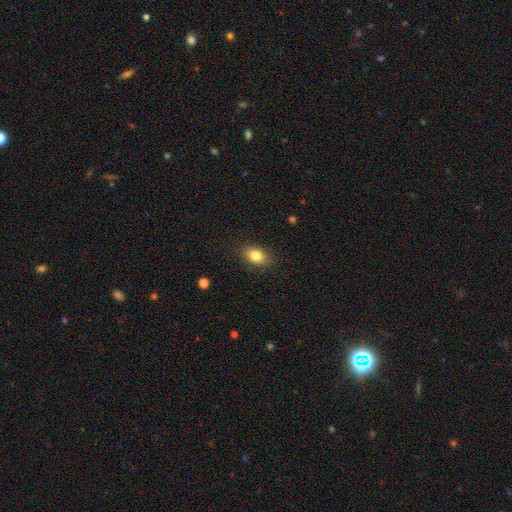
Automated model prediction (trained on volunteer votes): A smooth galaxy with no disk features (82%) that is in between round and cigar-shaped (81%).

Vote fractions:
- Smooth or featured? smooth: 82% / featured or disk: 9% / star or artifact: 9%
- How rounded? in between: 81% / round: 17% / cigar-shaped: 2%
- Merging? none: 86% / minor disturbance: 10% / major disturbance: 3% / merger: 1%